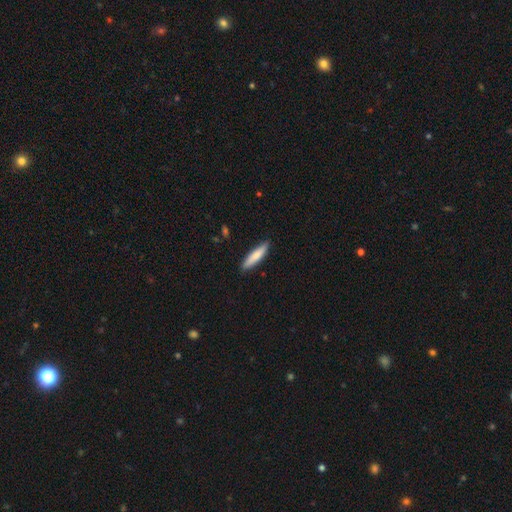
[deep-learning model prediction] smooth_or_featured: smooth (p=0.78) [alt: featured or disk p=0.17]
how_rounded: cigar-shaped (p=0.80) [alt: in between p=0.19]
merging: none (p=0.87) [alt: minor disturbance p=0.10]